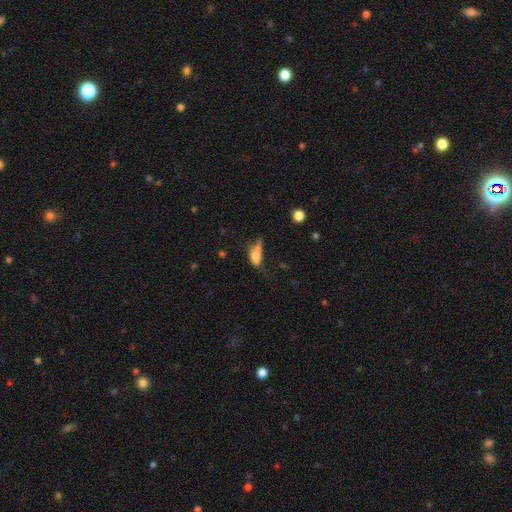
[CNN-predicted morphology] Q: Smooth or featured?
A: smooth (69%); runner-up: featured or disk (19%)
Q: How rounded?
A: in between (77%); runner-up: cigar-shaped (15%)
Q: Merging?
A: major disturbance (28%); runner-up: minor disturbance (26%)